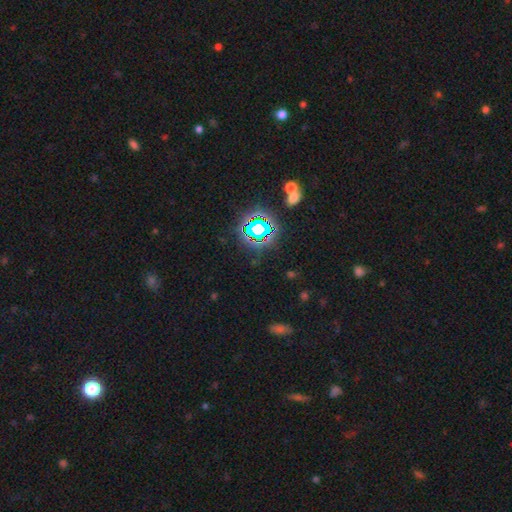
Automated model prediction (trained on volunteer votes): This appears to be a star or artifact, not a galaxy (77%).